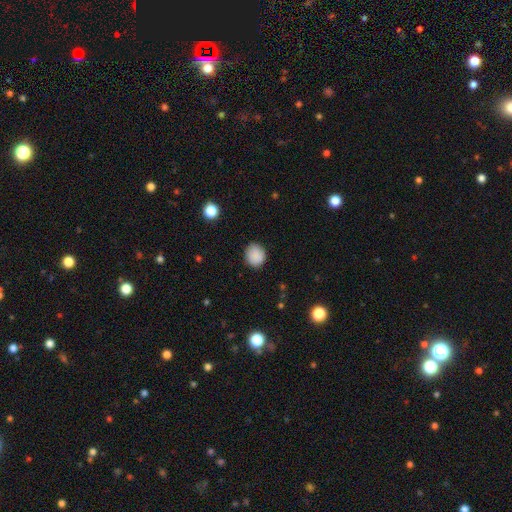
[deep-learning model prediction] This is clearly a smooth galaxy (88%). How rounded: likely round (75%). Merging: clearly none (85%).